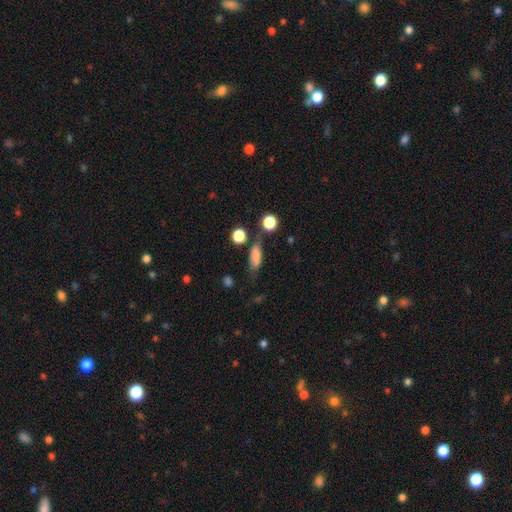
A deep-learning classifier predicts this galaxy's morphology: Smooth or featured? smooth (76%)
How rounded? in between (62%)
Merging? none (61%)